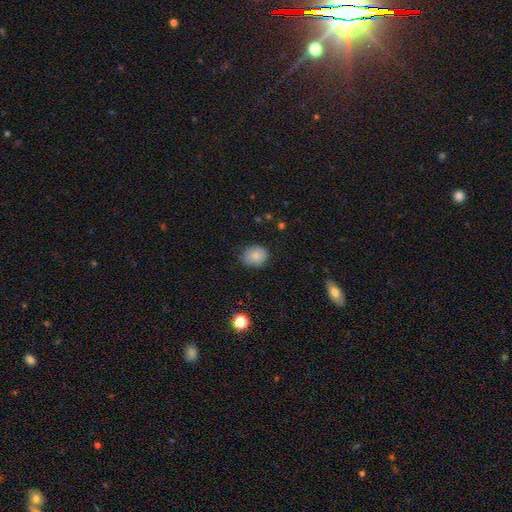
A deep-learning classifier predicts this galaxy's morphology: type=smooth (81%); roundness=round (50%); merging=none (76%).